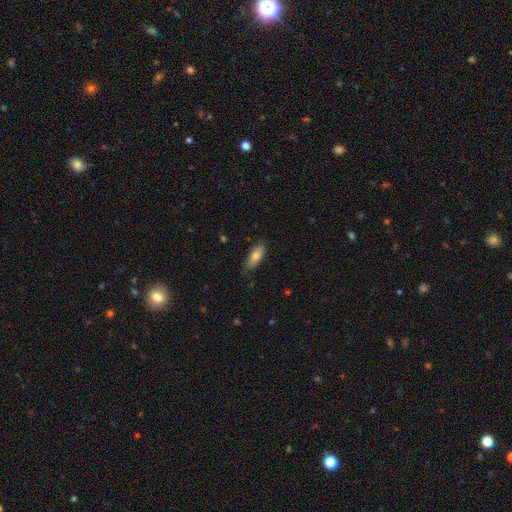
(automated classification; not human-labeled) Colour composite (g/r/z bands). It shows a smooth galaxy with no disk features (76%) that is in between round and cigar-shaped (65%). Merging: none (78%).